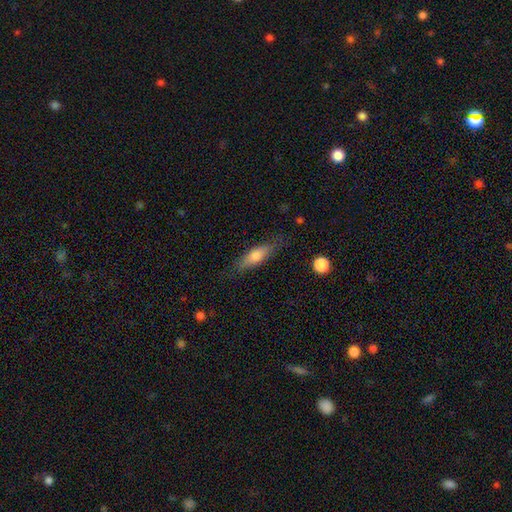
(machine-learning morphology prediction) This is likely a smooth galaxy (68%). How rounded: possibly in between (51%). Merging: likely none (75%).